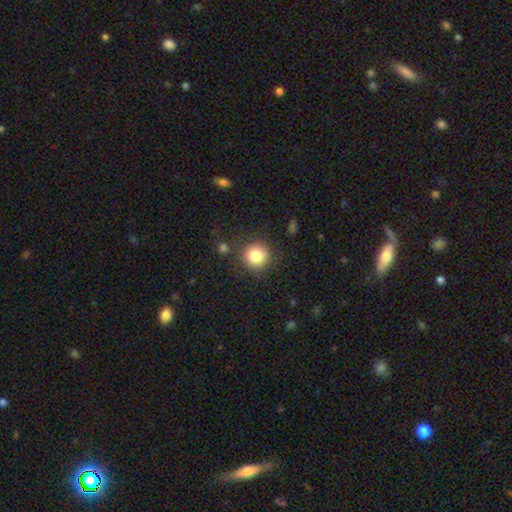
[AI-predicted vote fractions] A smooth galaxy with no disk features (83%) that is round (94%).

Vote fractions:
- Smooth or featured? smooth: 83% / star or artifact: 11% / featured or disk: 7%
- How rounded? round: 94% / in between: 5% / cigar-shaped: 1%
- Merging? none: 86% / minor disturbance: 8% / major disturbance: 3% / merger: 3%